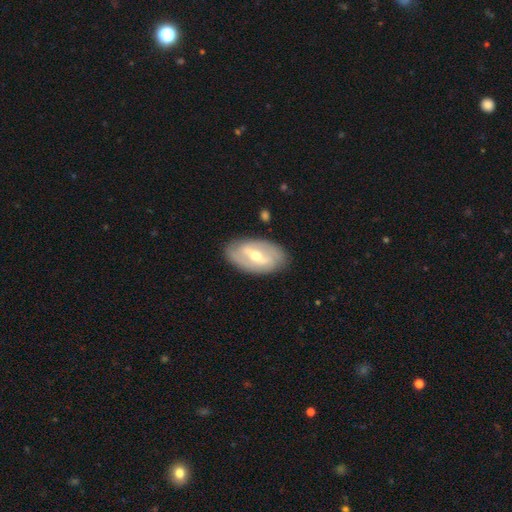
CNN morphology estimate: Smooth or featured? Predicted: featured or disk (p=0.74). Edge-on disk? Predicted: no (p=0.91). Bar? Predicted: strong (p=0.52). Spiral arms? Predicted: yes (p=0.64). Bulge size? Predicted: moderate (p=0.64). Merging? Predicted: none (p=0.84).